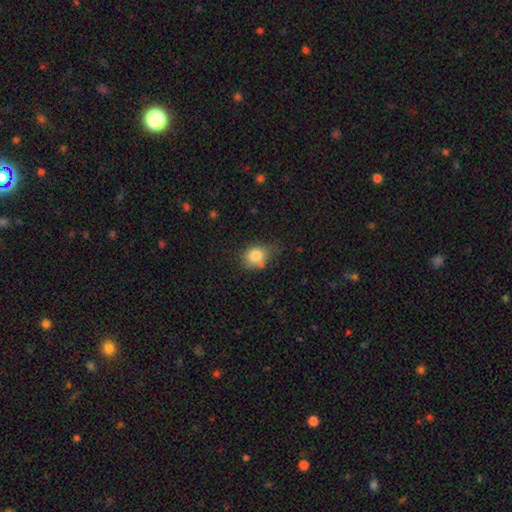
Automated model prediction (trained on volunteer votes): Smooth or featured?
  - smooth: 81% *
  - featured or disk: 10%
  - star or artifact: 9%
How rounded?
  - in between: 52% *
  - round: 47%
  - cigar-shaped: 1%
Merging?
  - none: 57% *
  - minor disturbance: 26%
  - merger: 11%
  - major disturbance: 7%